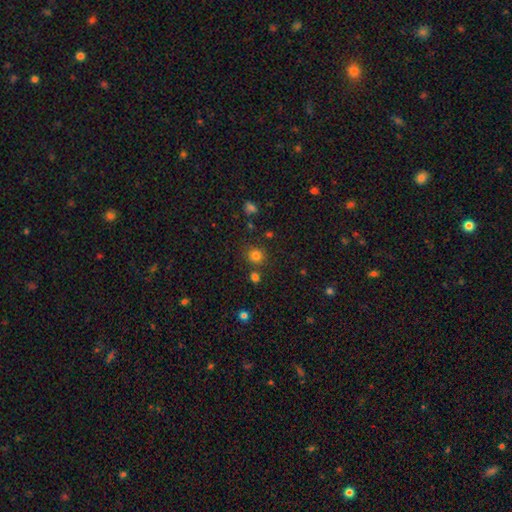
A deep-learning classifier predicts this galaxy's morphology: Smooth or featured? smooth (80%)
How rounded? round (88%)
Merging? none (77%)